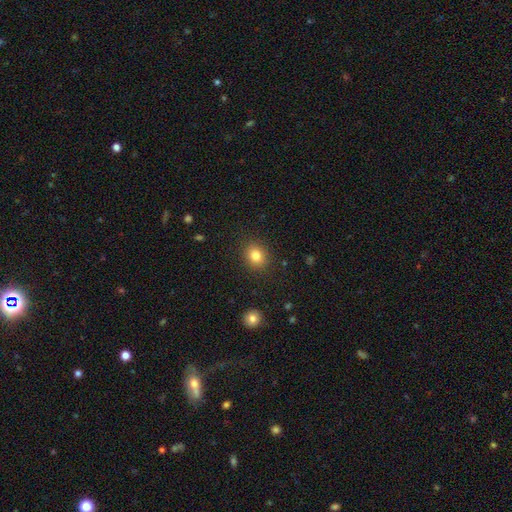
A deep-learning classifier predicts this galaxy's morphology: A smooth galaxy with no disk features (82%) that is round (65%).

Vote fractions:
- Smooth or featured? smooth: 82% / star or artifact: 11% / featured or disk: 7%
- How rounded? round: 65% / in between: 34% / cigar-shaped: 1%
- Merging? none: 89% / minor disturbance: 8% / major disturbance: 3% / merger: 1%